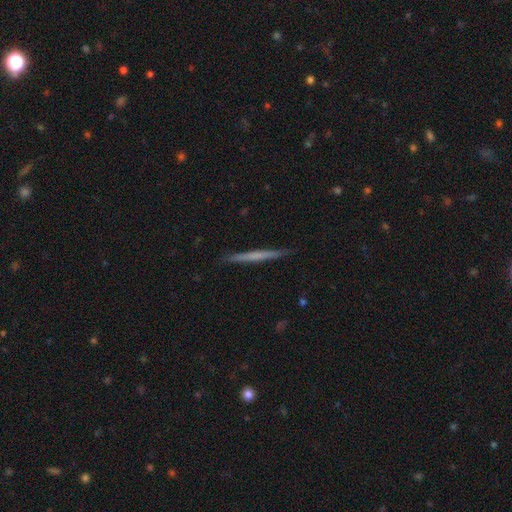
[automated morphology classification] smooth_or_featured: featured or disk (p=0.50) [alt: smooth p=0.45]
disk_edge_on: yes (p=0.98) [alt: no p=0.02]
merging: none (p=0.91) [alt: minor disturbance p=0.06]